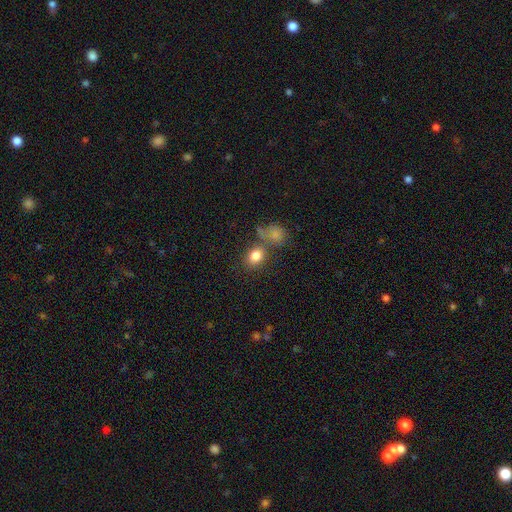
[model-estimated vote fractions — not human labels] Smooth or featured? Predicted: smooth (p=0.81). How rounded? Predicted: in between (p=0.59). Merging? Predicted: none (p=0.62).